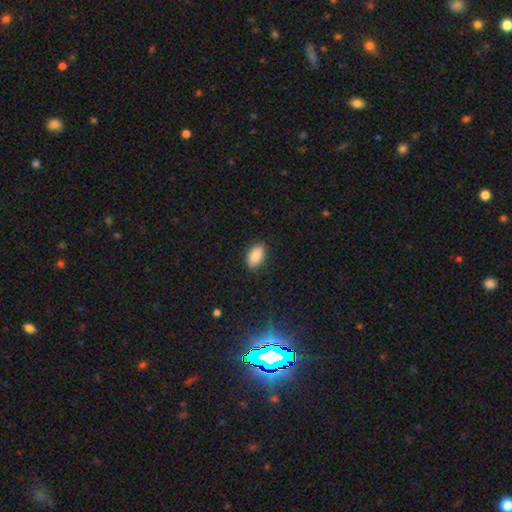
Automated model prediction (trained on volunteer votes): This is clearly a smooth galaxy (88%). How rounded: clearly in between (93%). Merging: clearly none (88%).